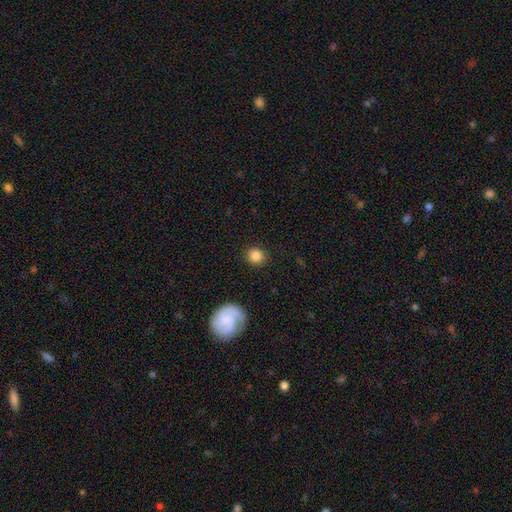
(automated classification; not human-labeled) Smooth or featured? smooth (84%)
How rounded? round (88%)
Merging? none (89%)